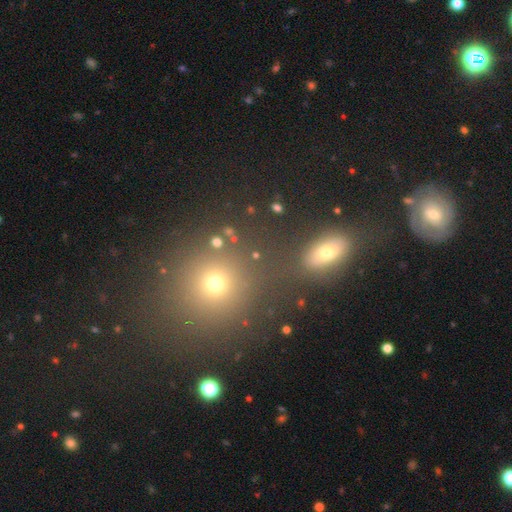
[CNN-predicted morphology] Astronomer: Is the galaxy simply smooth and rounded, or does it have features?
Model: smooth — 64%.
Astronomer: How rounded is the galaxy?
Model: round — 69%.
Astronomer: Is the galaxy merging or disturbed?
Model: none — 74%.